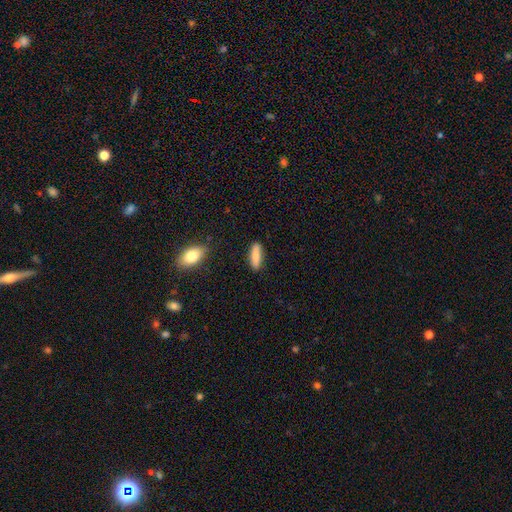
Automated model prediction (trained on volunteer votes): Smooth or featured?
  - smooth: 84% *
  - featured or disk: 9%
  - star or artifact: 6%
How rounded?
  - cigar-shaped: 49% * (tied)
  - in between: 49% * (tied)
  - round: 2%
Merging?
  - none: 84% *
  - minor disturbance: 12%
  - major disturbance: 2%
  - merger: 2%